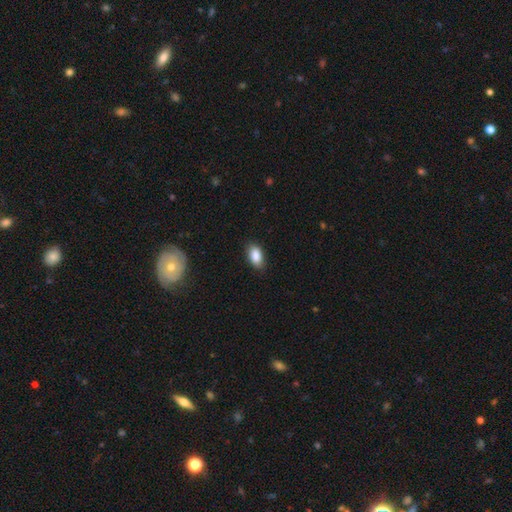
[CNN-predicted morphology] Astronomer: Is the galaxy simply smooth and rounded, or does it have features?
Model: smooth — 87%.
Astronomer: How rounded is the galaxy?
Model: in between — 92%.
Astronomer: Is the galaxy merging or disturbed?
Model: none — 85%.